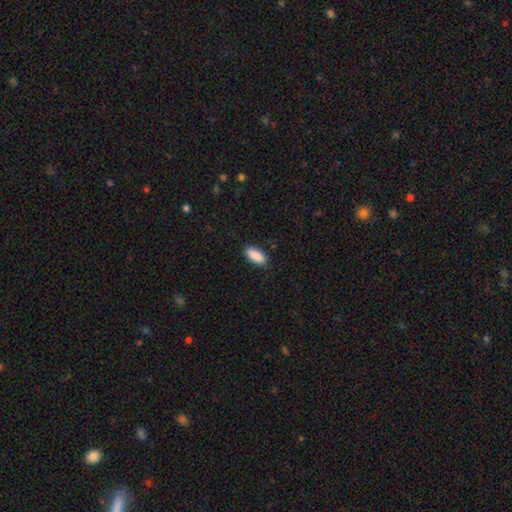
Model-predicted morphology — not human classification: Q: Smooth or featured?
A: smooth (90%); runner-up: star or artifact (6%)
Q: How rounded?
A: in between (88%); runner-up: cigar-shaped (10%)
Q: Merging?
A: none (86%); runner-up: minor disturbance (11%)